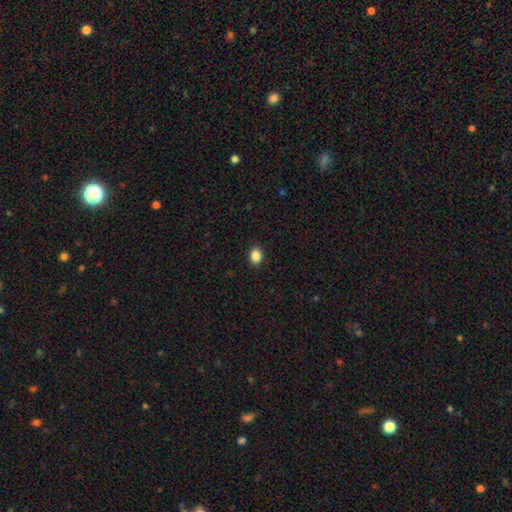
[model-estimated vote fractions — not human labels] Smooth or featured?
  - smooth: 87% *
  - star or artifact: 10%
  - featured or disk: 3%
How rounded?
  - in between: 61% *
  - round: 38%
  - cigar-shaped: 1%
Merging?
  - none: 91% *
  - minor disturbance: 7%
  - major disturbance: 2%
  - merger: 1%